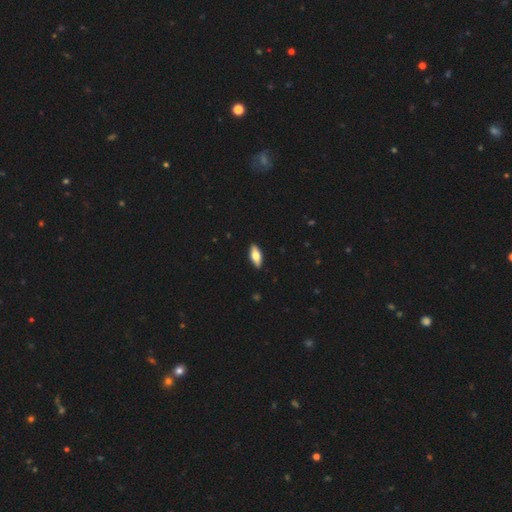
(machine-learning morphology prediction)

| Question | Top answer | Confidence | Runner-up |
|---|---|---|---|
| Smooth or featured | smooth | 64% | featured or disk (30%) |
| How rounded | in between | 78% | cigar-shaped (20%) |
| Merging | none | 90% | minor disturbance (7%) |